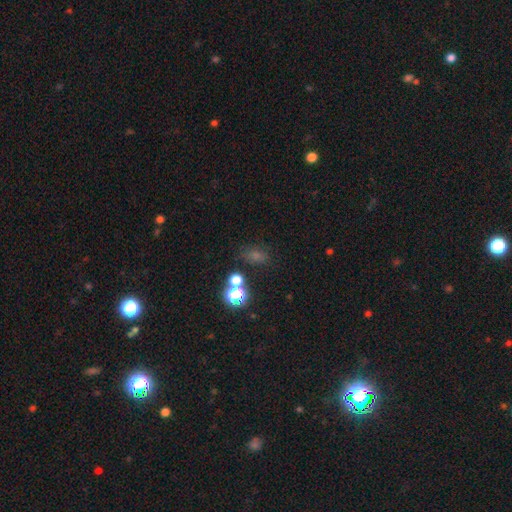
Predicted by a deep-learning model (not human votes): smooth 49%, star or artifact 41%, featured or disk 10%. Down the decision tree: merging — none (72%).